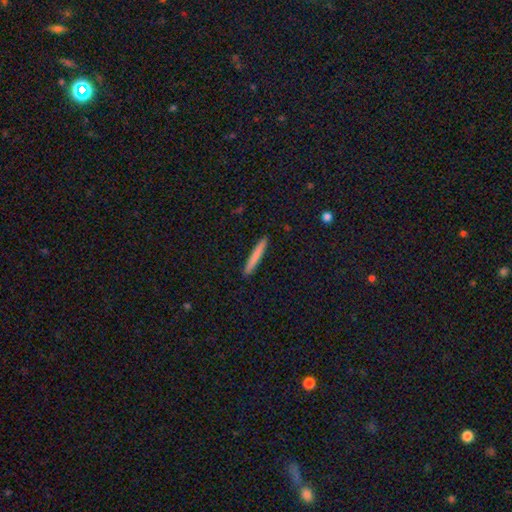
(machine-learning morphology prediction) Smooth or featured: smooth — 77% (featured or disk — 17%)
How rounded: cigar-shaped — 96% (in between — 3%)
Merging: none — 92% (minor disturbance — 5%)